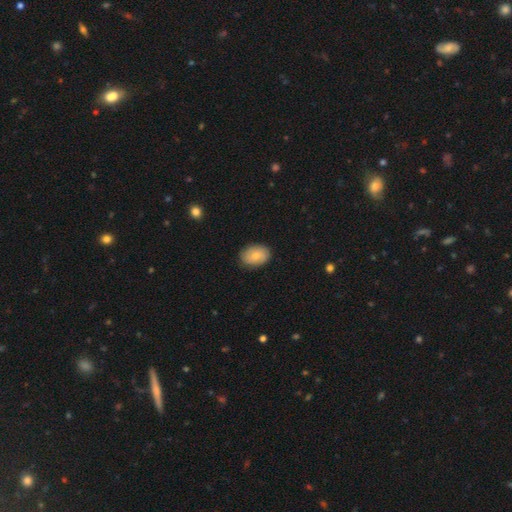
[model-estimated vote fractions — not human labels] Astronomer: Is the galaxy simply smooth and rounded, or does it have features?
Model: smooth — 74%.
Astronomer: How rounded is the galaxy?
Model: in between — 80%.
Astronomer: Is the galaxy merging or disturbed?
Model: none — 86%.